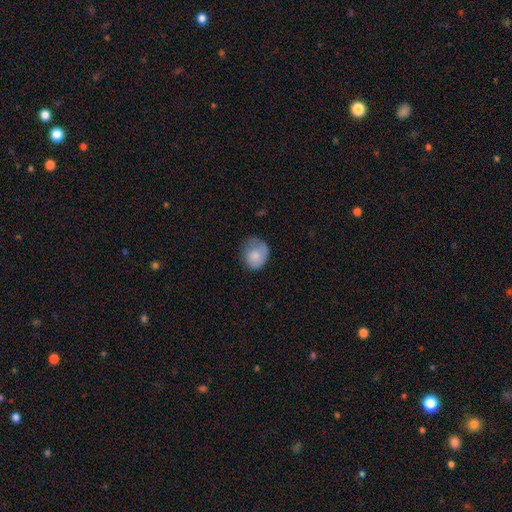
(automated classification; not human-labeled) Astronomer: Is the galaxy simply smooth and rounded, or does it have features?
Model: smooth — 78%.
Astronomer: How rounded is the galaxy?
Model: round — 64%.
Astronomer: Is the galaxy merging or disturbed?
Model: none — 44% (runner-up: minor disturbance, 35%).